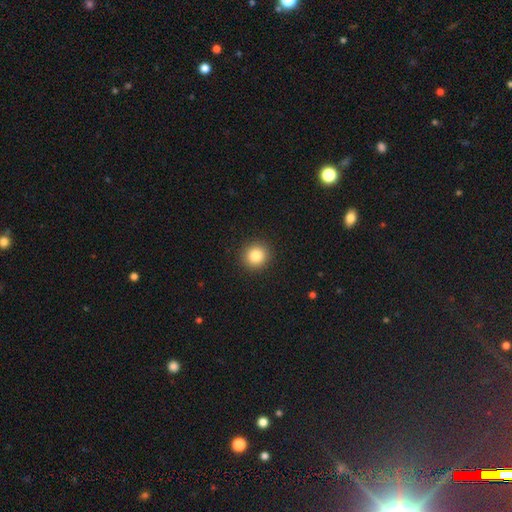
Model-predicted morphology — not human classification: This is clearly a smooth galaxy (85%). How rounded: clearly round (91%). Merging: clearly none (92%).